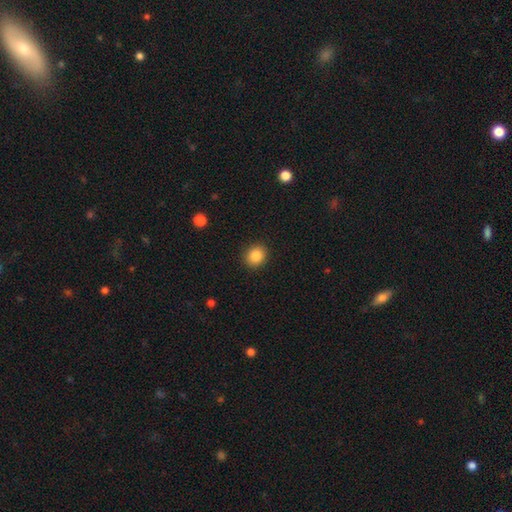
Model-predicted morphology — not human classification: A smooth galaxy with no disk features (86%) that is round (73%). Merging: none (90%).